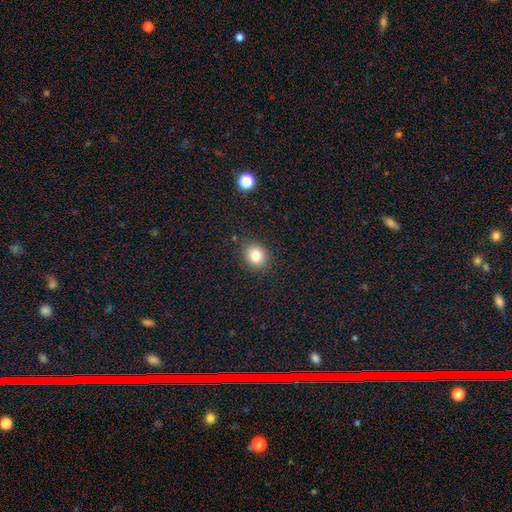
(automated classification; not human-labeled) This appears to be a smooth galaxy with no disk features (80%) that is round (69%). Merging: none (88%).